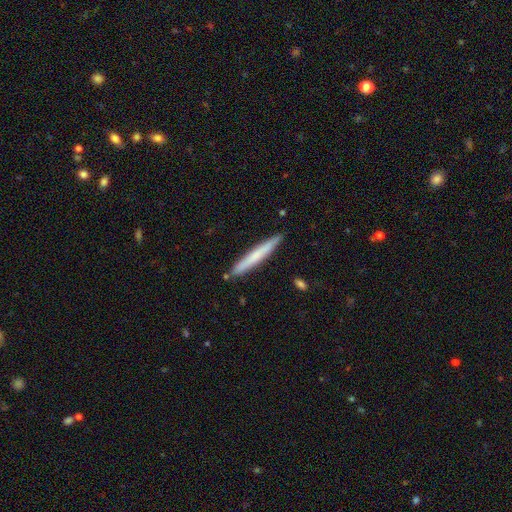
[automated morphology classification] A smooth galaxy with no disk features (63%) that is cigar-shaped (96%).

Vote fractions:
- Smooth or featured? smooth: 63% / featured or disk: 31% / star or artifact: 6%
- How rounded? cigar-shaped: 96% / in between: 3% / round: 1%
- Merging? none: 88% / minor disturbance: 9% / merger: 2% / major disturbance: 1%